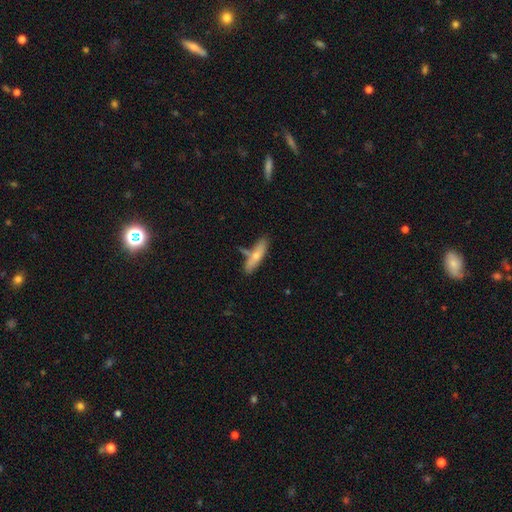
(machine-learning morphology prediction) type=smooth (65%); roundness=cigar-shaped (70%); merging=none (61%).